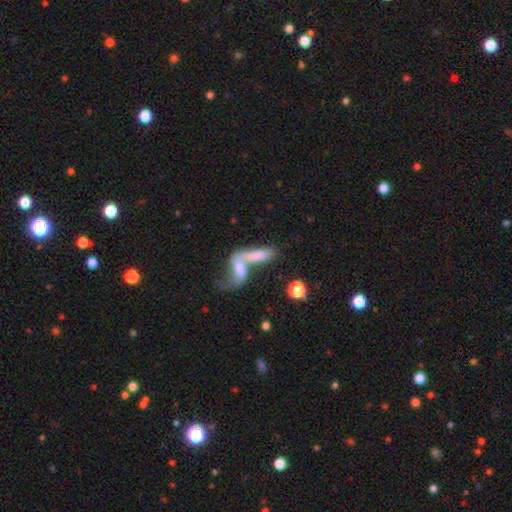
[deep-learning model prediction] Overall: smooth (59%; featured or disk 32%). How rounded: cigar-shaped (54%; in between 41%). Merging: merger (70%).